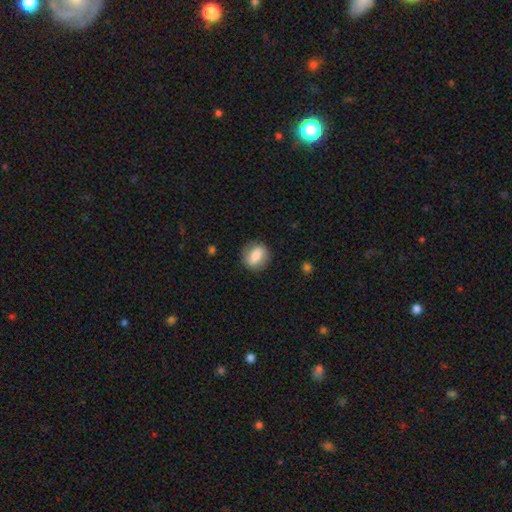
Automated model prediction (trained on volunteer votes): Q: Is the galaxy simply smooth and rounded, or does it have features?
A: smooth — 70%.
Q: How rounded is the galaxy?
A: round — 62%.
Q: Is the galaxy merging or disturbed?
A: none — 82%.